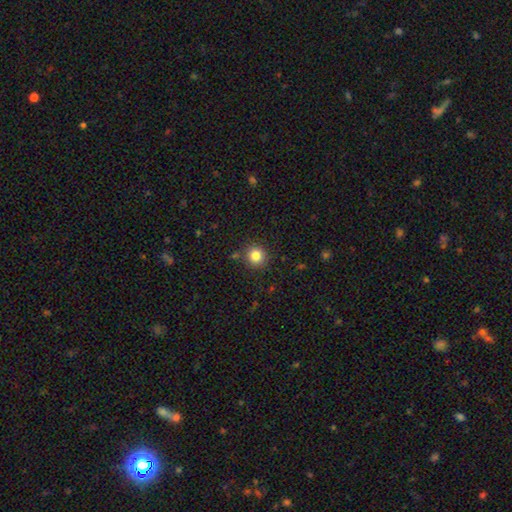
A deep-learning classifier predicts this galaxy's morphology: type=smooth (83%); roundness=round (94%); merging=none (88%).